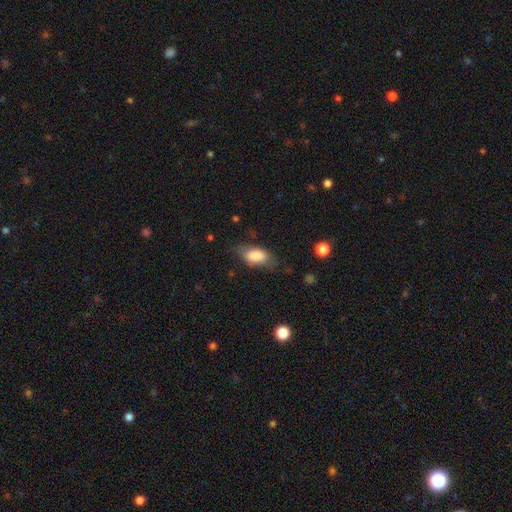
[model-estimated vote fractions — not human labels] Overall: smooth (81%). How rounded: in between (88%). Merging: none (63%; minor disturbance 24%).